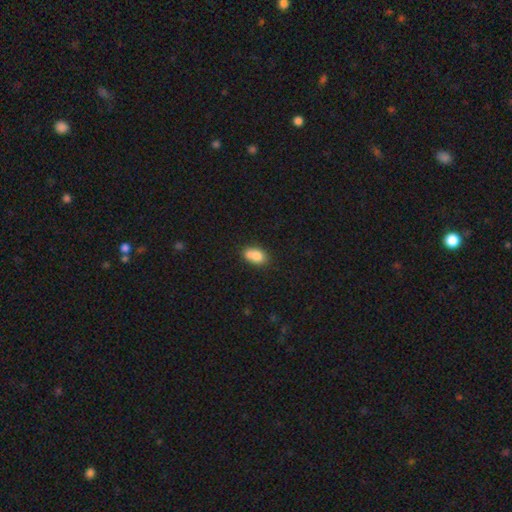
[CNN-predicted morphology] This is likely a smooth galaxy (77%). How rounded: likely in between (80%). Merging: marginally none (45%).